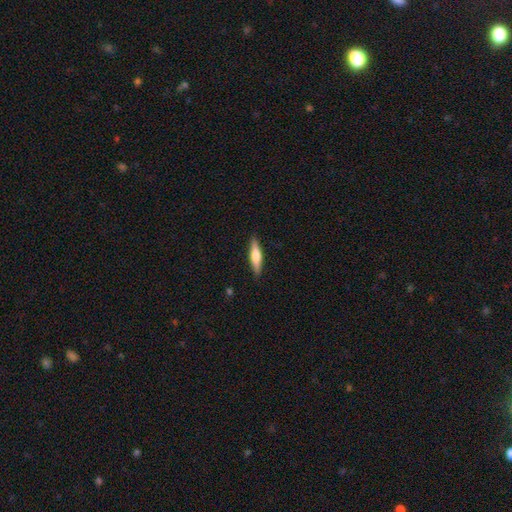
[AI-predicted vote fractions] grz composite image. It shows a smooth galaxy with no disk features (54%) that is cigar-shaped (77%). Merging: none (89%).